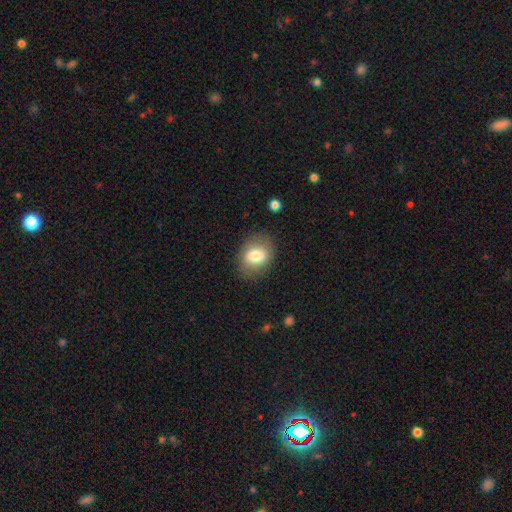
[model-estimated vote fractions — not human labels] Smooth or featured? Predicted: smooth (p=0.75). How rounded? Predicted: in between (p=0.68). Merging? Predicted: none (p=0.81).